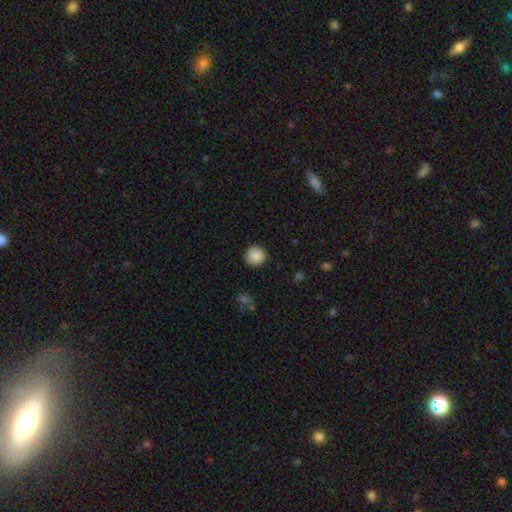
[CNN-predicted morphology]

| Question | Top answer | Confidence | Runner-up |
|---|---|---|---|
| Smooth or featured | smooth | 88% | star or artifact (8%) |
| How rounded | round | 94% | in between (5%) |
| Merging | none | 89% | minor disturbance (8%) |